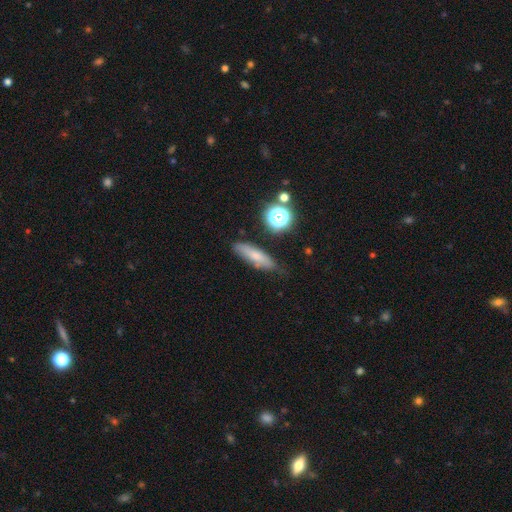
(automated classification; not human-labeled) Smooth or featured? smooth (69%)
How rounded? cigar-shaped (59%)
Merging? none (72%)